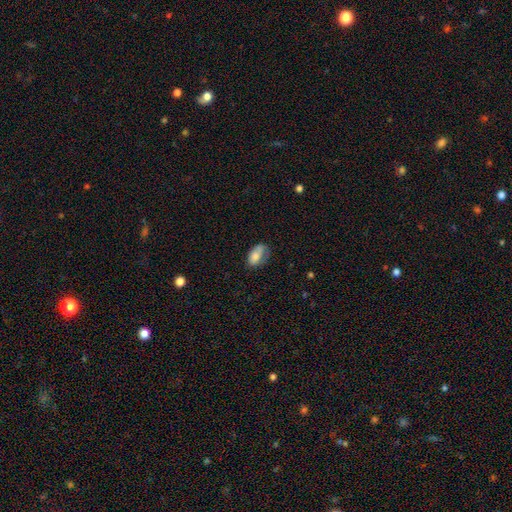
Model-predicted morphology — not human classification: A smooth galaxy with no disk features (76%) that is in between round and cigar-shaped (91%).

Vote fractions:
- Smooth or featured? smooth: 76% / featured or disk: 16% / star or artifact: 8%
- How rounded? in between: 91% / round: 7% / cigar-shaped: 2%
- Merging? none: 48% / minor disturbance: 33% / major disturbance: 17% / merger: 2%